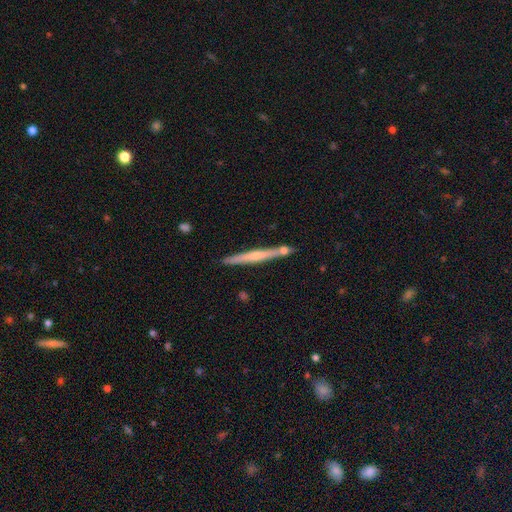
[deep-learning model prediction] Smooth or featured?
  - featured or disk: 64% *
  - smooth: 30%
  - star or artifact: 6%
Edge-on disk?
  - yes: 97% *
  - no: 3%
Edge-on bulge?
  - rounded: 64% *
  - none: 31%
  - boxy: 6%
Merging?
  - none: 83% *
  - minor disturbance: 9%
  - merger: 7%
  - major disturbance: 2%